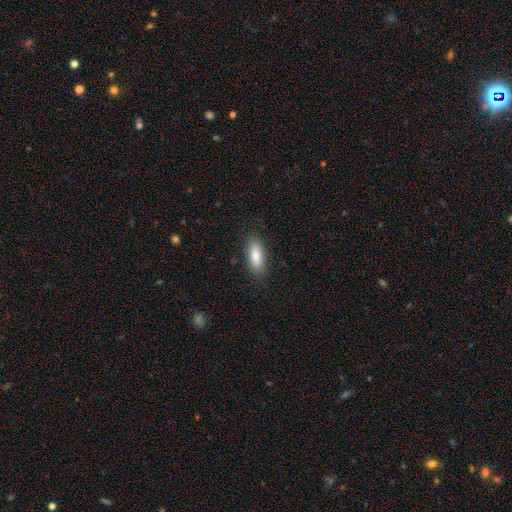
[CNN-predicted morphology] A smooth galaxy with no disk features (81%) that is in between round and cigar-shaped (71%).

Vote fractions:
- Smooth or featured? smooth: 81% / featured or disk: 12% / star or artifact: 7%
- How rounded? in between: 71% / cigar-shaped: 27% / round: 2%
- Merging? none: 87% / minor disturbance: 10% / major disturbance: 2% / merger: 1%